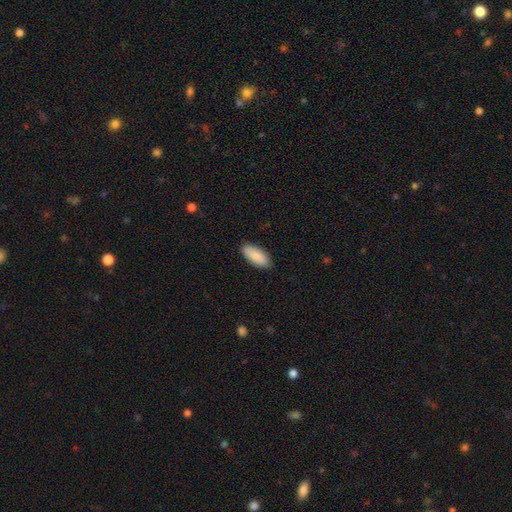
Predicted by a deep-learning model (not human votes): This appears to be a smooth galaxy with no disk features (89%) that is in between round and cigar-shaped (87%). Merging: none (87%).